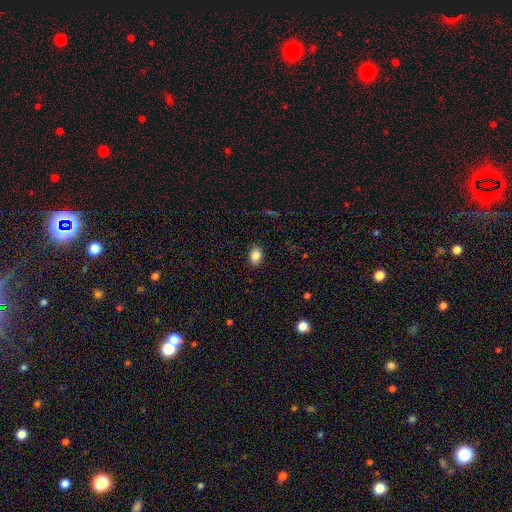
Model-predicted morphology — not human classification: Q: Smooth or featured?
A: smooth (85%); runner-up: star or artifact (9%)
Q: How rounded?
A: in between (69%); runner-up: round (29%)
Q: Merging?
A: none (88%); runner-up: minor disturbance (9%)